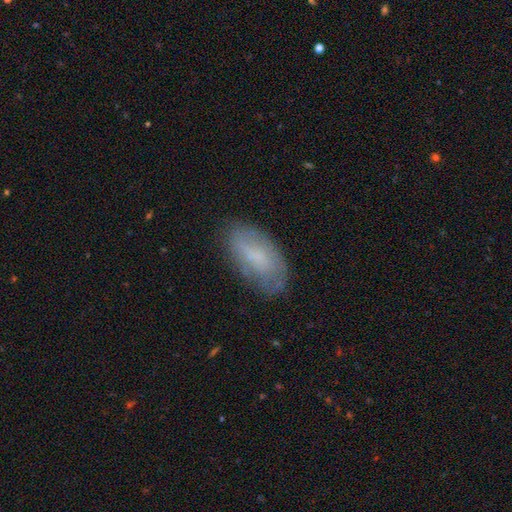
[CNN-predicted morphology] smooth-or-featured: smooth: 63% | featured or disk: 29% | star or artifact: 8%
  how-rounded: in between: 90% | cigar-shaped: 7% | round: 3%
  merging: none: 73% | minor disturbance: 20% | major disturbance: 5% | merger: 1%